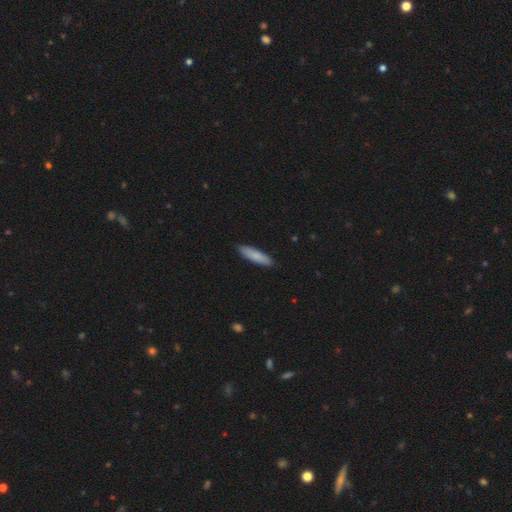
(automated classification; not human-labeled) Morphology: type=smooth (83%); roundness=cigar-shaped (76%); merging=none (90%).